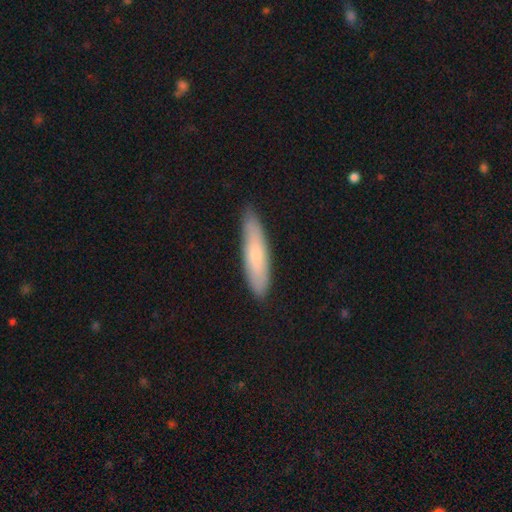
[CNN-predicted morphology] Smooth or featured? smooth (69%)
How rounded? cigar-shaped (76%)
Merging? none (87%)